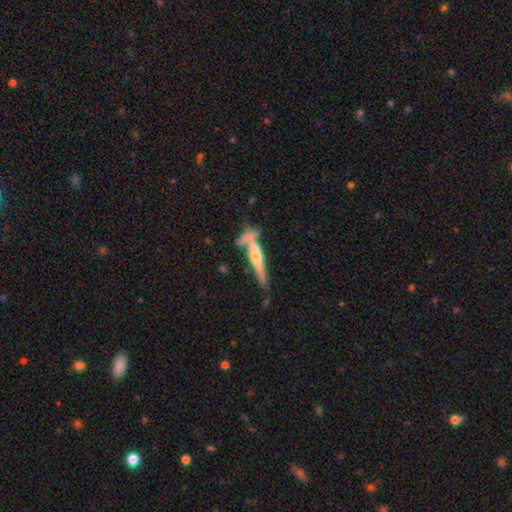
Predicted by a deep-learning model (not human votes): A featured or disk galaxy (54%) viewed edge-on (93%). Merging: none (54%).